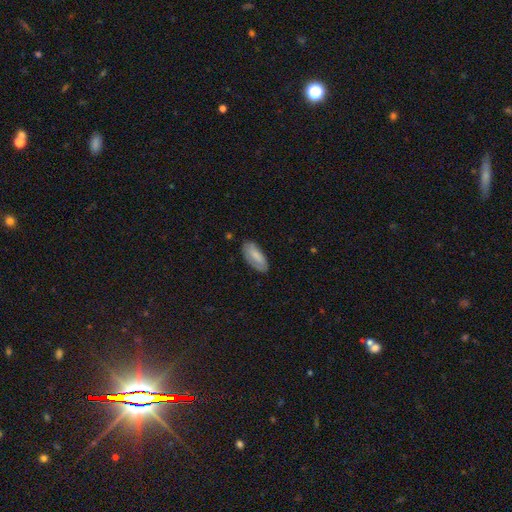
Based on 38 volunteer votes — smooth-or-featured: smooth: 76% | featured or disk: 24% | star or artifact: 0%
  how-rounded: in between: 76% | cigar-shaped: 17% | round: 7%
  merging: none: 68% | minor disturbance: 24% | major disturbance: 5% | merger: 3%